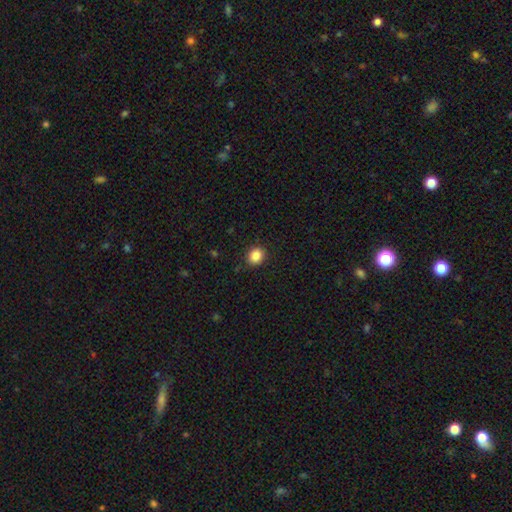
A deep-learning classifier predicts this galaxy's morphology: This is clearly a smooth galaxy (87%). How rounded: likely round (70%). Merging: clearly none (89%).